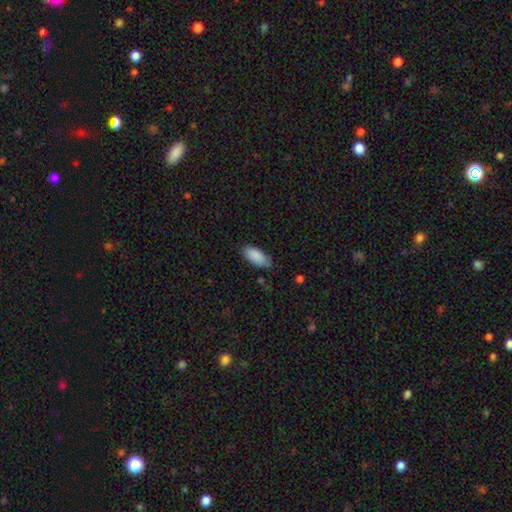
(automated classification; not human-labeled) Smooth or featured?
  - smooth: 89% *
  - star or artifact: 6%
  - featured or disk: 5%
How rounded?
  - in between: 90% *
  - cigar-shaped: 9%
  - round: 2%
Merging?
  - none: 80% *
  - minor disturbance: 16%
  - major disturbance: 3%
  - merger: 1%